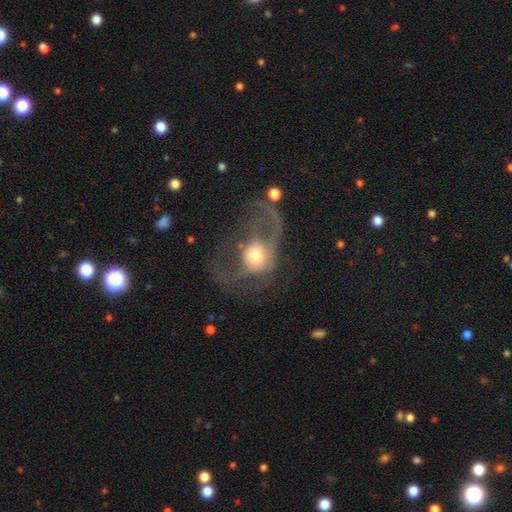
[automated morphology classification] This appears to be a featured or disk galaxy (49%). Merging: major disturbance (61%).